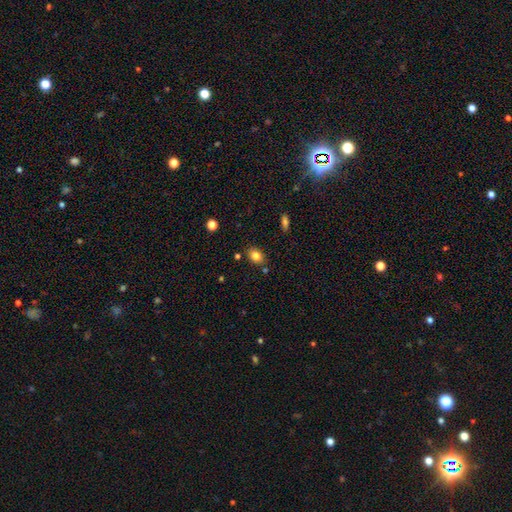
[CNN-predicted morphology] A smooth galaxy with no disk features (81%) that is in between round and cigar-shaped (67%).

Vote fractions:
- Smooth or featured? smooth: 81% / star or artifact: 11% / featured or disk: 8%
- How rounded? in between: 67% / round: 32% / cigar-shaped: 1%
- Merging? none: 81% / minor disturbance: 12% / merger: 5% / major disturbance: 3%